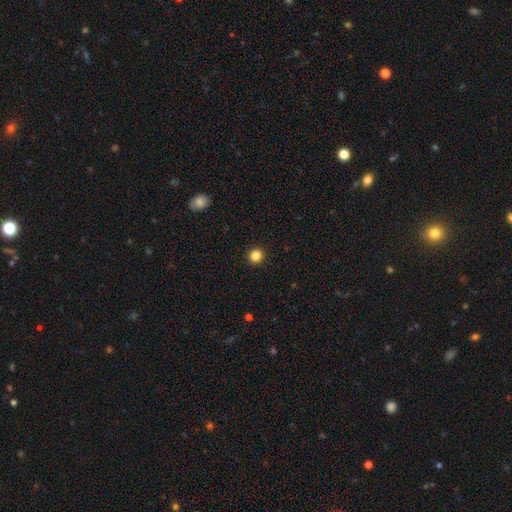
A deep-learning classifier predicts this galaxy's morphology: type=smooth (84%); roundness=round (94%); merging=none (93%).